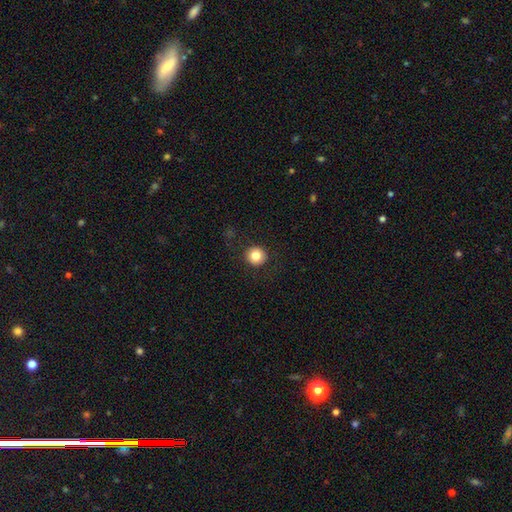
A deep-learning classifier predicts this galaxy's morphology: A smooth galaxy with no disk features (82%) that is round (94%). Merging: none (90%).